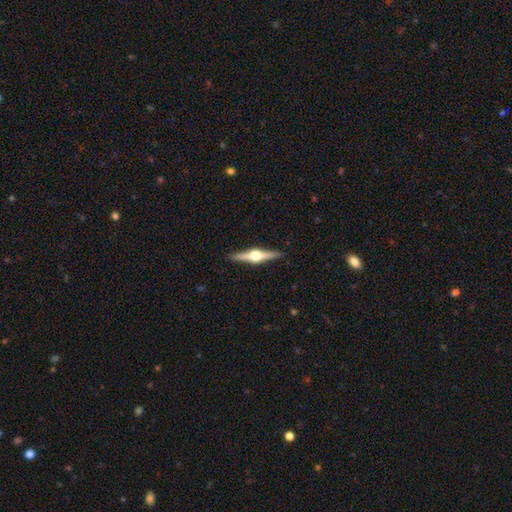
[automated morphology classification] A featured or disk galaxy (81%) viewed edge-on (98%) with a rounded central bulge (96%). Merging: none (91%).